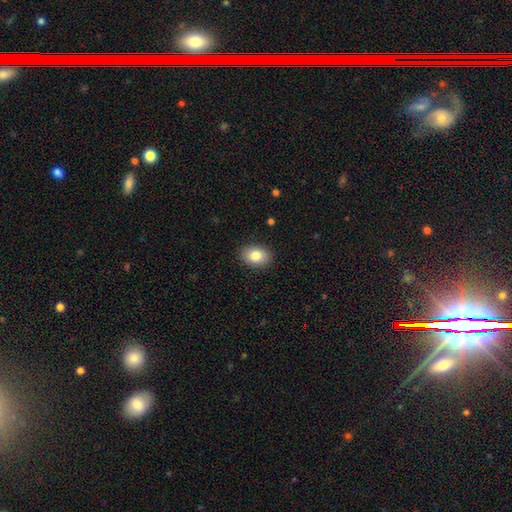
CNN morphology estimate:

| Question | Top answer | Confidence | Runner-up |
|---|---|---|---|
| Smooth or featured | smooth | 83% | featured or disk (9%) |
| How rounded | in between | 77% | round (22%) |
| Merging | none | 89% | minor disturbance (8%) |